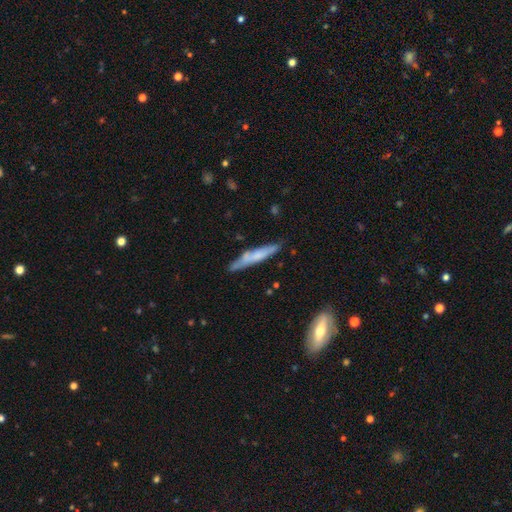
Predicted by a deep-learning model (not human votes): smooth_or_featured: smooth (p=0.55) [alt: featured or disk p=0.38]
how_rounded: cigar-shaped (p=0.91) [alt: in between p=0.08]
merging: none (p=0.74) [alt: minor disturbance p=0.19]